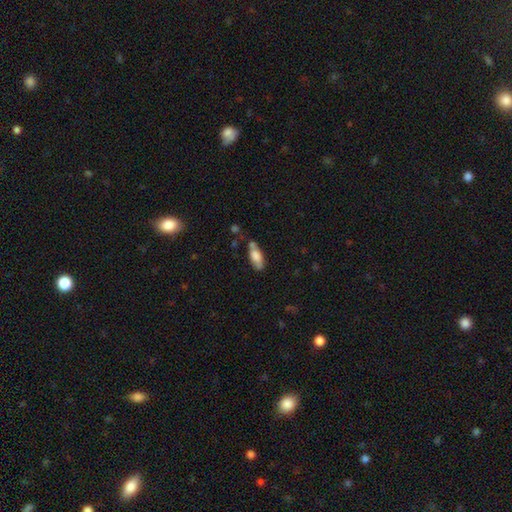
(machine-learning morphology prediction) Overall: smooth (73%). How rounded: in between (76%). Merging: none (57%; minor disturbance 26%).